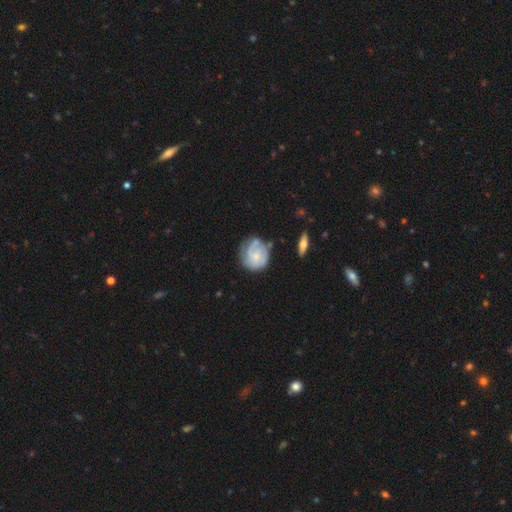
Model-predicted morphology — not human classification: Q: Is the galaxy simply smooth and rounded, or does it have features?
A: featured or disk — 63%.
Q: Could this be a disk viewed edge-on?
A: no — 97%.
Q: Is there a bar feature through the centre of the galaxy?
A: no — 75%.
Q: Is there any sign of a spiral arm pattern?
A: yes — 82%.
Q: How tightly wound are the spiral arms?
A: tight — 59%.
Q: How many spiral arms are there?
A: can't tell — 38%.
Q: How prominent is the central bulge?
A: small — 63%.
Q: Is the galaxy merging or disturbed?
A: none — 55%.